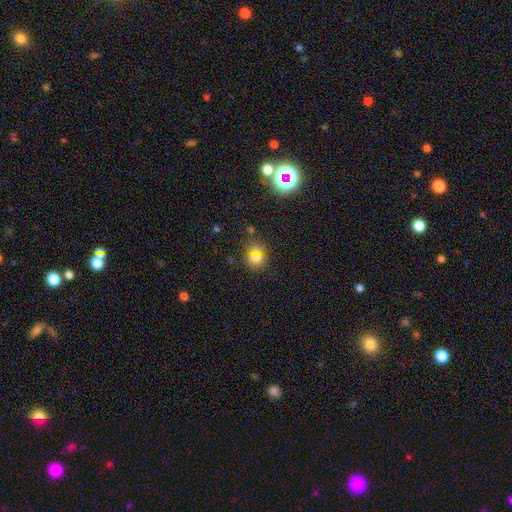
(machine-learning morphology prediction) The model was most divided on "smooth or featured": smooth: 62%, star or artifact: 30%, featured or disk: 9%. More confident: how rounded — round (86%); merging — none (84%).